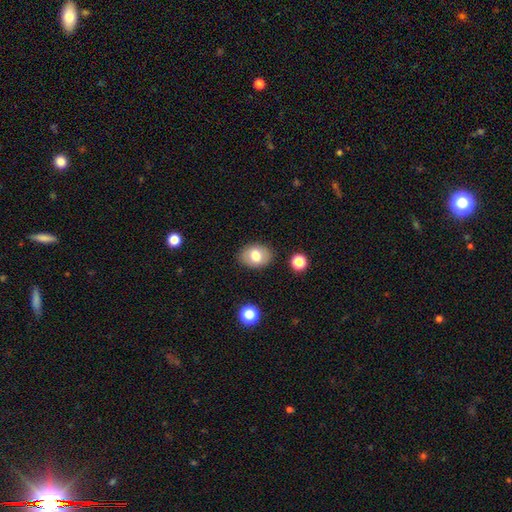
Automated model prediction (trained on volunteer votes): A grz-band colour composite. It shows a smooth galaxy with no disk features (75%) that is in between round and cigar-shaped (66%). Merging: none (86%).